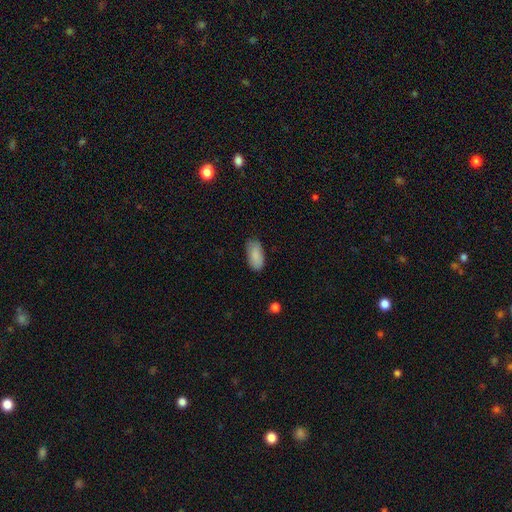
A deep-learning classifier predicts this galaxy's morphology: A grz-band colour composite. It shows a smooth galaxy with no disk features (88%) that is in between round and cigar-shaped (92%). Merging: none (83%).